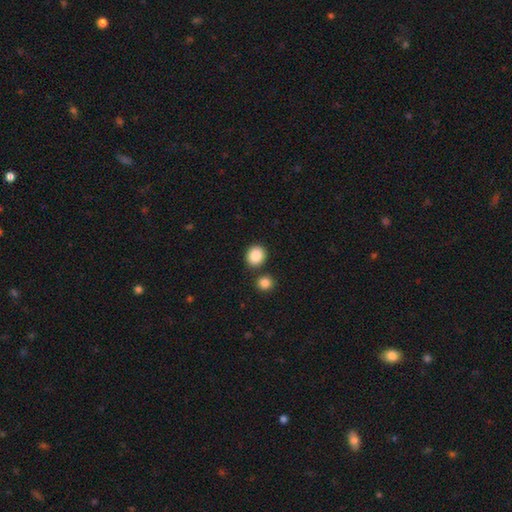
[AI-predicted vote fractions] This is clearly a smooth galaxy (88%). How rounded: likely round (78%). Merging: likely none (79%).